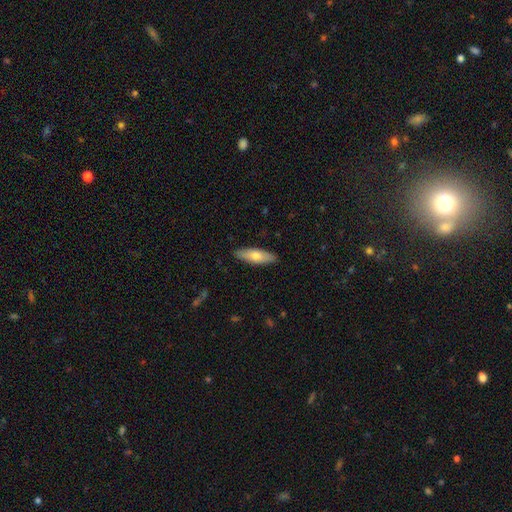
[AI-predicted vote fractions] smooth-or-featured: smooth: 68% | featured or disk: 27% | star or artifact: 5%
  how-rounded: in between: 50% | cigar-shaped: 48% | round: 2%
  merging: none: 89% | minor disturbance: 8% | major disturbance: 2% | merger: 1%